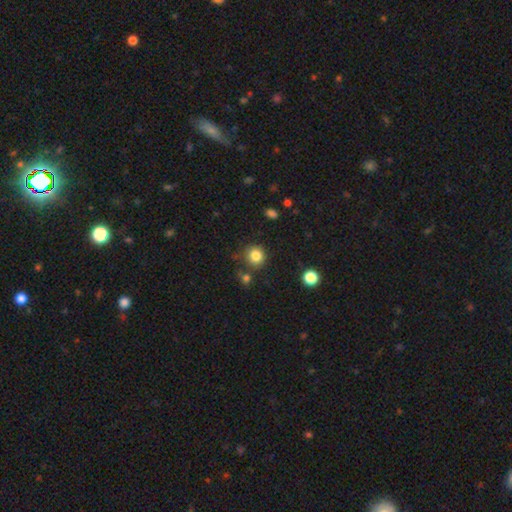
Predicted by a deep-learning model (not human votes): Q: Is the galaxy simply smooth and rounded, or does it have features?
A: smooth — 83%.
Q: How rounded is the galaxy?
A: round — 89%.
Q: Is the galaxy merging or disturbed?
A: none — 79%.